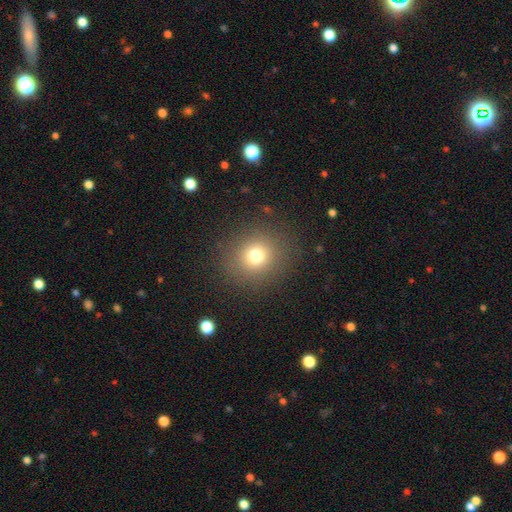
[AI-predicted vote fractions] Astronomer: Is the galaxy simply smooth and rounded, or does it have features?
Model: smooth — 74%.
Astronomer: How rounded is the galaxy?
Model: round — 88%.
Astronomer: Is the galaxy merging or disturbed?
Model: none — 87%.